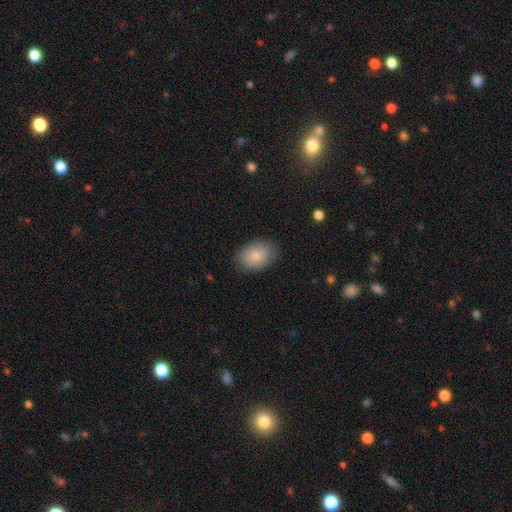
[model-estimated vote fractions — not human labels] Smooth or featured? smooth (85%)
How rounded? in between (79%)
Merging? none (82%)